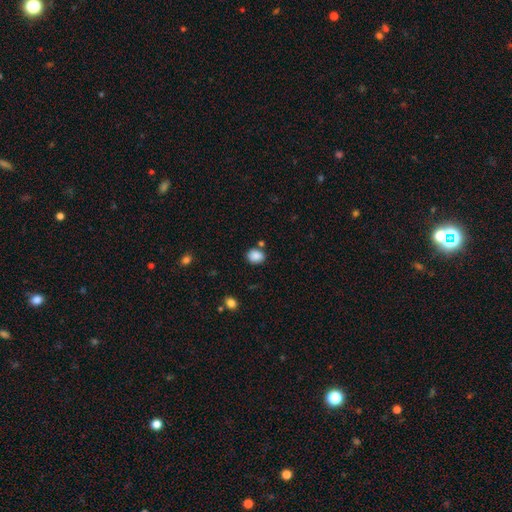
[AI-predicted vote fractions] Overall: smooth (87%). How rounded: round (53%; in between 46%). Merging: none (74%).